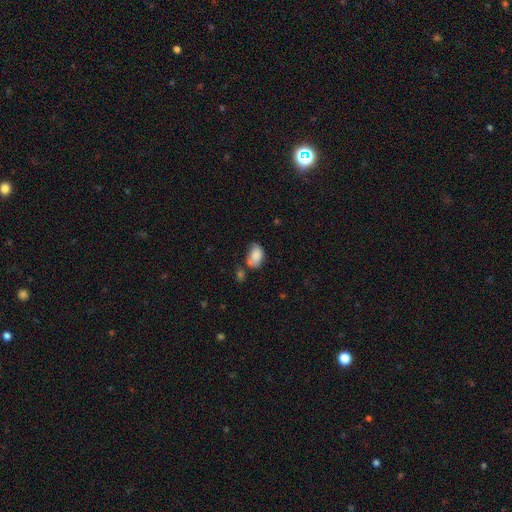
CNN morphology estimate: smooth_or_featured: smooth (p=0.83) [alt: featured or disk p=0.09]
how_rounded: in between (p=0.88) [alt: round p=0.11]
merging: none (p=0.43) [alt: minor disturbance p=0.30]